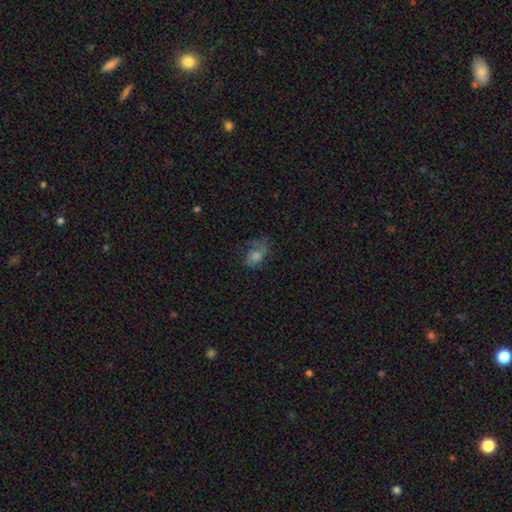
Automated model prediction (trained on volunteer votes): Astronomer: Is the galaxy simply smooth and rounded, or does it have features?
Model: featured or disk — 48% (runner-up: smooth, 36%).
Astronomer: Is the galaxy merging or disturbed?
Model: none — 52%.